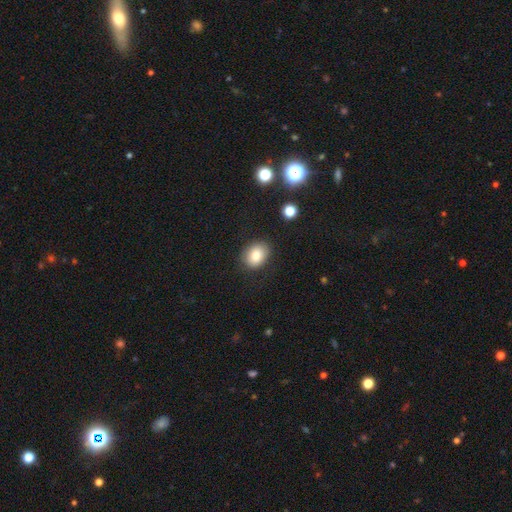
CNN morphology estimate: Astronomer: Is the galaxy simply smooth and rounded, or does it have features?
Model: smooth — 81%.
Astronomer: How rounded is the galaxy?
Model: in between — 50% (runner-up: round, 49%).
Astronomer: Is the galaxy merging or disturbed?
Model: none — 85%.